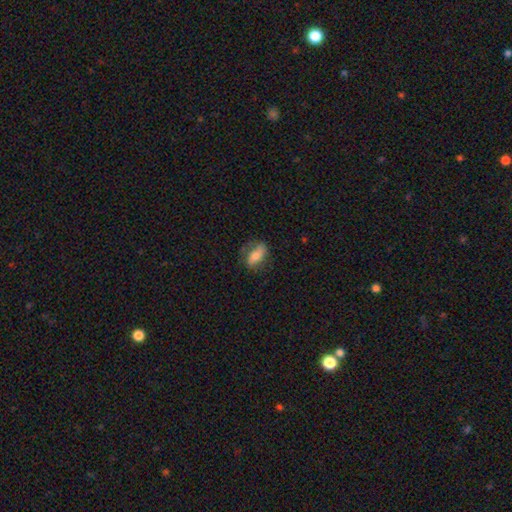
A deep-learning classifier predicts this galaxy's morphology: Smooth or featured: smooth — 61% (featured or disk — 32%)
How rounded: in between — 82% (cigar-shaped — 12%)
Merging: none — 67% (minor disturbance — 22%)